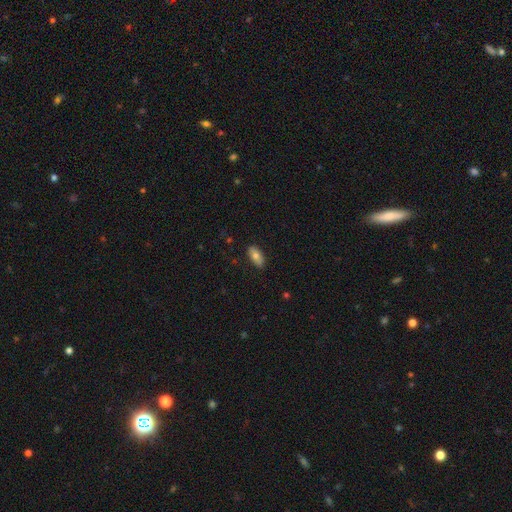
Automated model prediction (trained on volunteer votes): smooth-or-featured: smooth: 72% | featured or disk: 21% | star or artifact: 7%
  how-rounded: in between: 89% | cigar-shaped: 8% | round: 3%
  merging: none: 84% | minor disturbance: 12% | major disturbance: 2% | merger: 1%